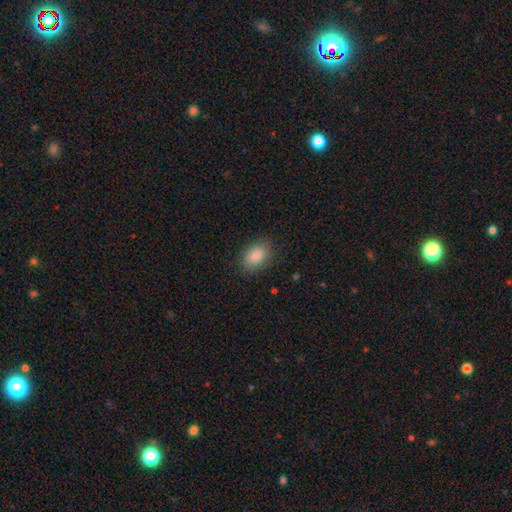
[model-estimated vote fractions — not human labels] Smooth or featured?
  - smooth: 86% *
  - star or artifact: 8%
  - featured or disk: 6%
How rounded?
  - in between: 83% *
  - round: 16%
  - cigar-shaped: 1%
Merging?
  - none: 86% *
  - minor disturbance: 10%
  - major disturbance: 3%
  - merger: 1%